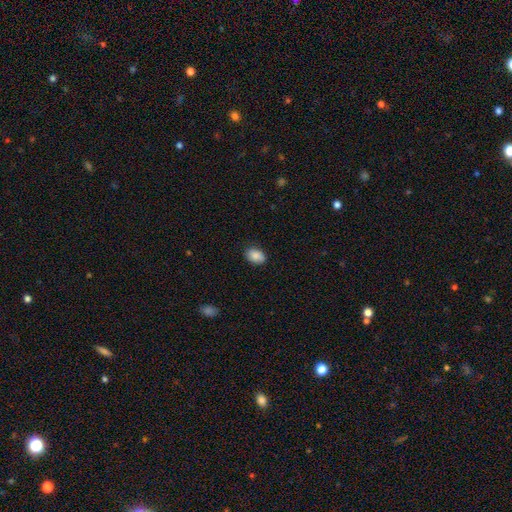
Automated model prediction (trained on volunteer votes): smooth-or-featured: smooth: 87% | star or artifact: 8% | featured or disk: 5%
  how-rounded: in between: 79% | round: 20% | cigar-shaped: 1%
  merging: none: 84% | minor disturbance: 12% | major disturbance: 2% | merger: 1%